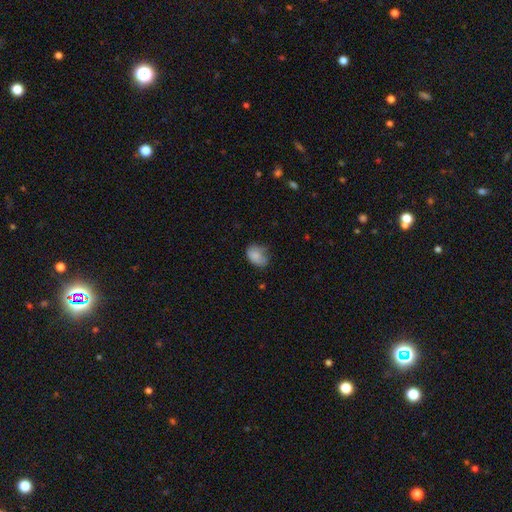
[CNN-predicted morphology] smooth_or_featured: smooth (p=0.82) [alt: featured or disk p=0.09]
how_rounded: in between (p=0.76) [alt: round p=0.23]
merging: none (p=0.52) [alt: minor disturbance p=0.34]